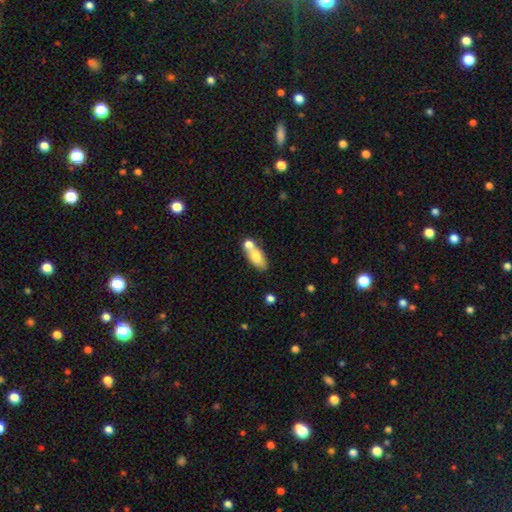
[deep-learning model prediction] Smooth or featured? smooth (72%)
How rounded? in between (80%)
Merging? none (43%)